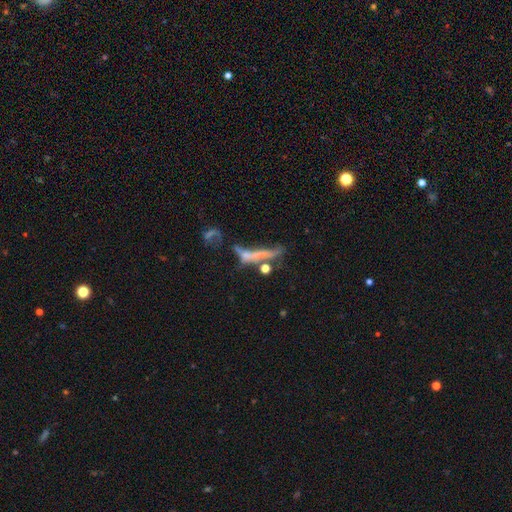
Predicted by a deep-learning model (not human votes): A featured or disk galaxy (46%).

Vote fractions:
- Smooth or featured? featured or disk: 46% / smooth: 35% / star or artifact: 19%
- Merging? merger: 33% / none: 28% / major disturbance: 26% / minor disturbance: 14%